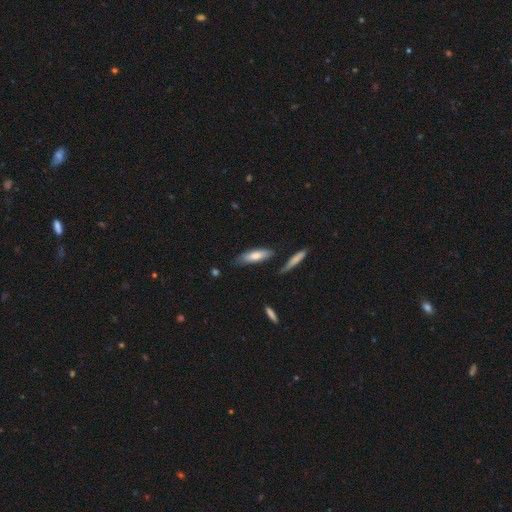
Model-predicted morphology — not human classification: smooth_or_featured: smooth (p=0.70) [alt: featured or disk p=0.24]
how_rounded: cigar-shaped (p=0.56) [alt: in between p=0.43]
merging: none (p=0.71) [alt: minor disturbance p=0.19]